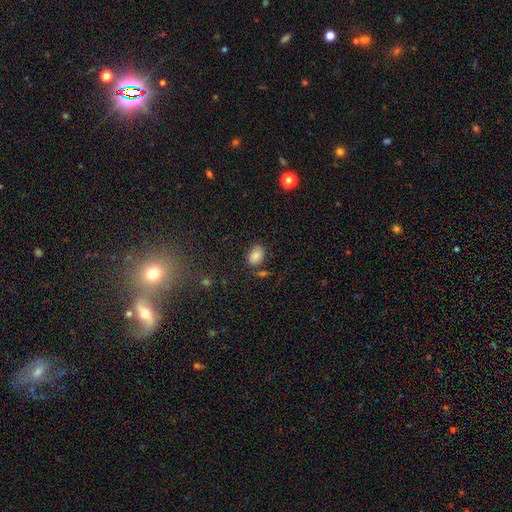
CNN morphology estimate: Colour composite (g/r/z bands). It shows a smooth galaxy with no disk features (85%) that is in between round and cigar-shaped (79%). Merging: none (74%).